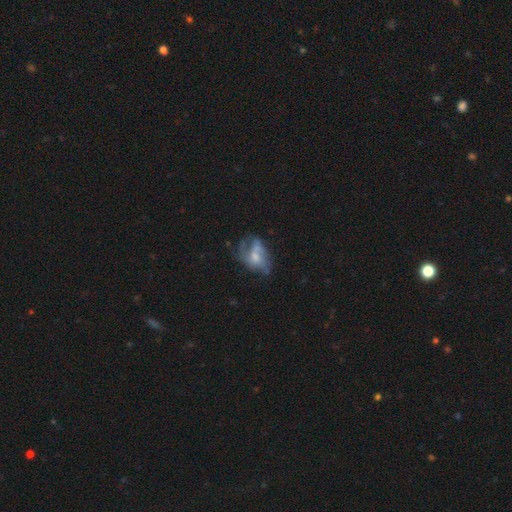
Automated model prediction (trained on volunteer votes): Overall: featured or disk (57%; smooth 34%). Edge-on disk: no (97%). Bar: no (70%). Spiral arms: yes (54%; no 46%). Bulge size: small (41%; moderate 39%). Merging: major disturbance (36%; none 33%).